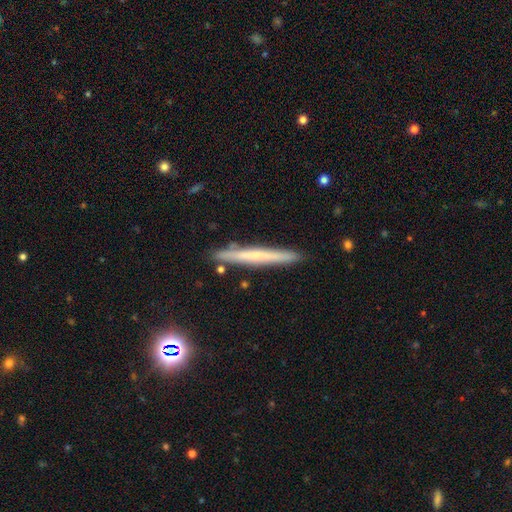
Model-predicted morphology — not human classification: A featured or disk galaxy (46%). Merging: none (89%).